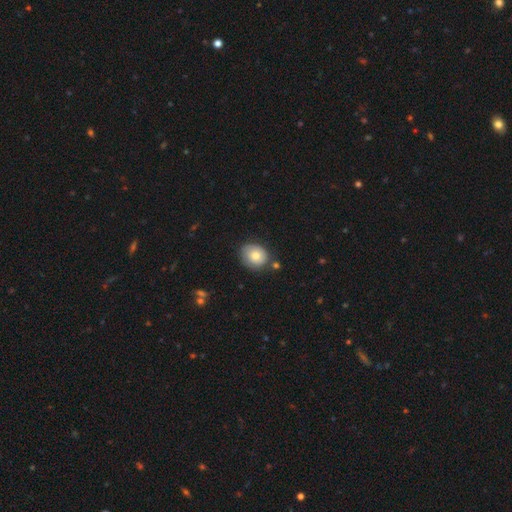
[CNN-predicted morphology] Smooth or featured? Predicted: smooth (p=0.70). How rounded? Predicted: round (p=0.70). Merging? Predicted: none (p=0.70).